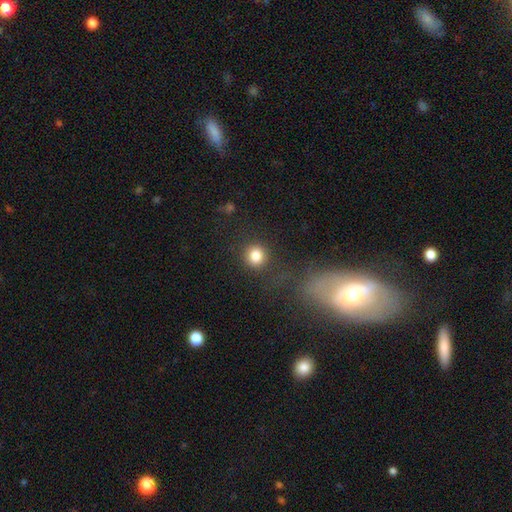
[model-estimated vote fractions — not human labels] Smooth or featured? smooth (83%)
How rounded? round (90%)
Merging? none (84%)